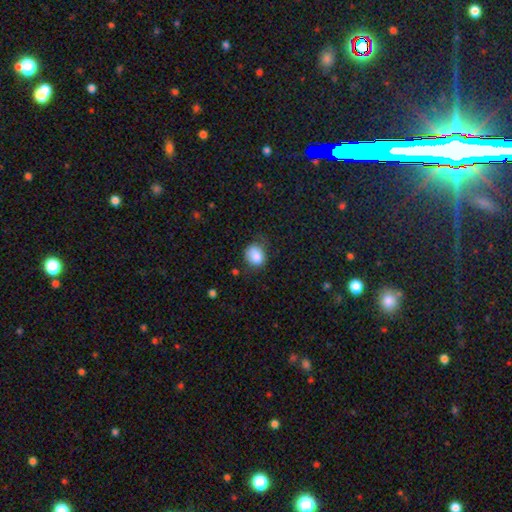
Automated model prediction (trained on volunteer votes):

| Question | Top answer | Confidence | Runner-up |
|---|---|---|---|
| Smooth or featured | smooth | 85% | star or artifact (8%) |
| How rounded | round | 52% | in between (47%) |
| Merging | none | 61% | minor disturbance (27%) |